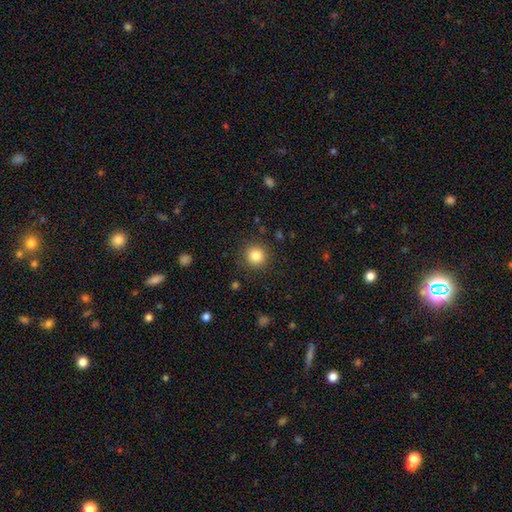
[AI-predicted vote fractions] A smooth galaxy with no disk features (84%) that is round (93%). Merging: none (88%).